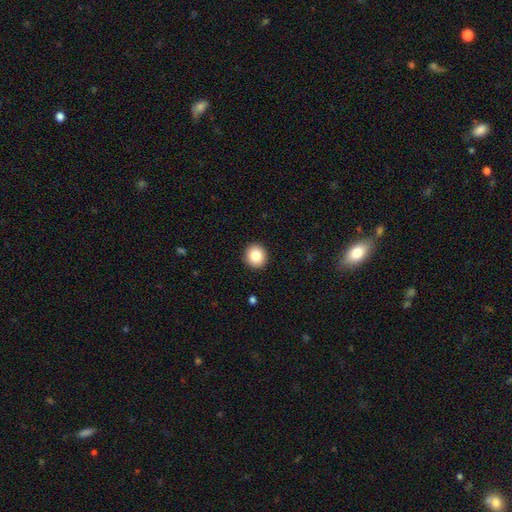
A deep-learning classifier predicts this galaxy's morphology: smooth_or_featured: smooth (p=0.83) [alt: star or artifact p=0.09]
how_rounded: round (p=0.91) [alt: in between p=0.08]
merging: none (p=0.93) [alt: minor disturbance p=0.05]